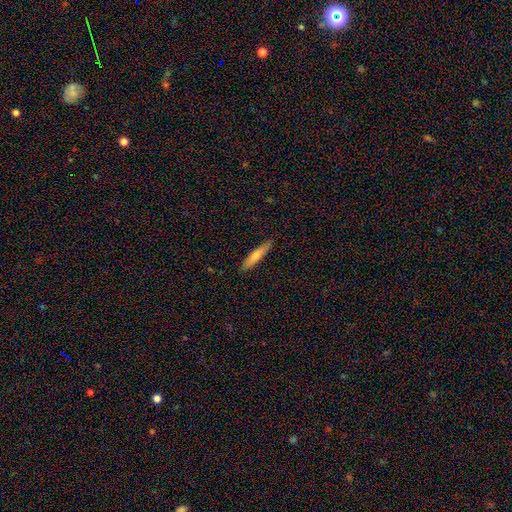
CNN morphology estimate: Smooth or featured?
  - smooth: 61% *
  - featured or disk: 33%
  - star or artifact: 6%
How rounded?
  - cigar-shaped: 88% *
  - in between: 11%
  - round: 2%
Merging?
  - none: 88% *
  - minor disturbance: 9%
  - major disturbance: 2%
  - merger: 1%